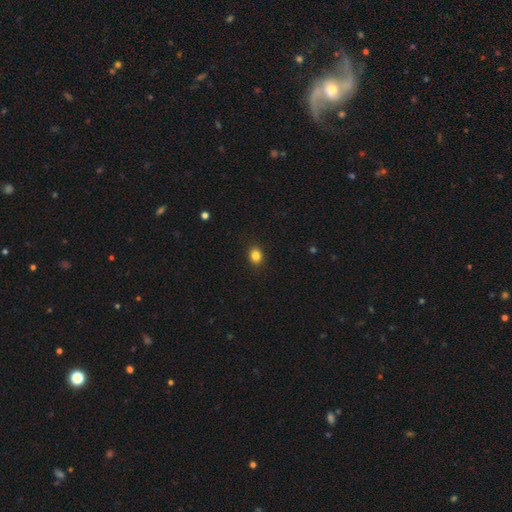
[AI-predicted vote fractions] Smooth or featured? smooth (85%)
How rounded? round (60%)
Merging? none (91%)